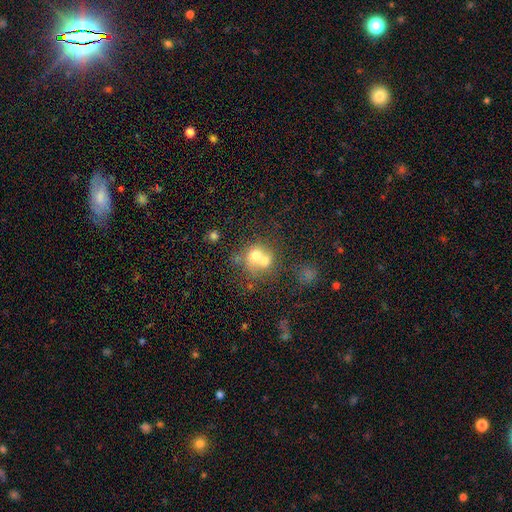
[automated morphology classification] Q: Smooth or featured?
A: smooth (63%); runner-up: featured or disk (24%)
Q: How rounded?
A: round (73%); runner-up: in between (26%)
Q: Merging?
A: merger (62%); runner-up: none (26%)